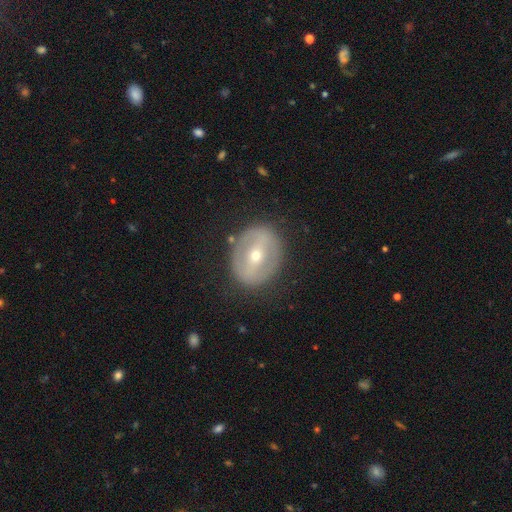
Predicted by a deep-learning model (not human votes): Q: Smooth or featured?
A: featured or disk (67%); runner-up: smooth (26%)
Q: Edge-on disk?
A: no (92%); runner-up: yes (8%)
Q: Bar?
A: strong (51%); runner-up: weak (30%)
Q: Spiral arms?
A: no (75%); runner-up: yes (25%)
Q: Bulge size?
A: small (57%); runner-up: moderate (40%)
Q: Merging?
A: none (82%); runner-up: minor disturbance (11%)